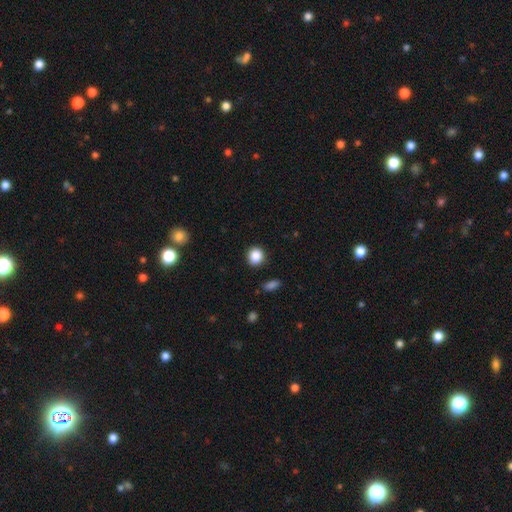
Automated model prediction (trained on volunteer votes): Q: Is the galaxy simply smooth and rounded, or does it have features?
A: smooth — 87%.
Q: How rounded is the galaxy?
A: round — 85%.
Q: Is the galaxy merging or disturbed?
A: none — 89%.